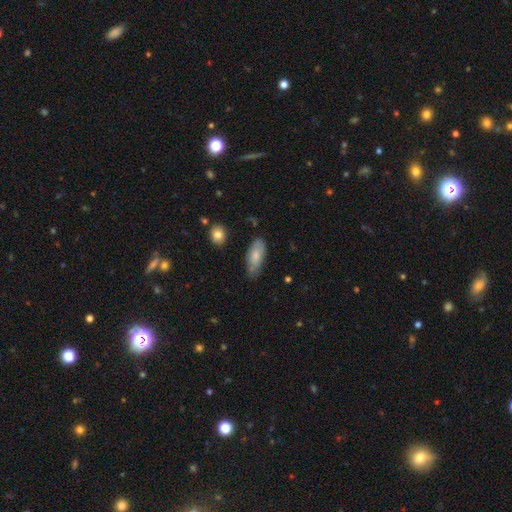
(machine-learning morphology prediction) Q: Smooth or featured?
A: smooth (77%); runner-up: featured or disk (17%)
Q: How rounded?
A: in between (82%); runner-up: cigar-shaped (16%)
Q: Merging?
A: none (66%); runner-up: minor disturbance (26%)